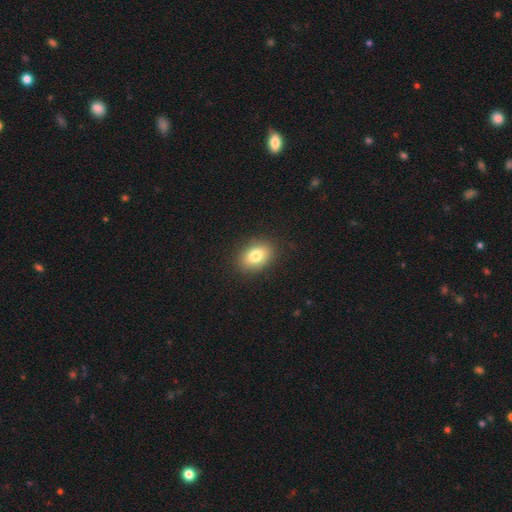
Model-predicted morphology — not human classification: smooth-or-featured: smooth: 80% | featured or disk: 12% | star or artifact: 9%
  how-rounded: in between: 79% | round: 20% | cigar-shaped: 1%
  merging: none: 88% | minor disturbance: 9% | major disturbance: 2% | merger: 1%